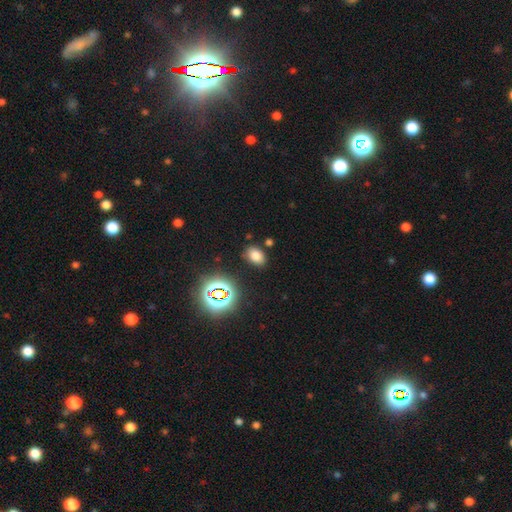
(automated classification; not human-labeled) Smooth or featured? Predicted: smooth (p=0.72). How rounded? Predicted: in between (p=0.81). Merging? Predicted: none (p=0.83).